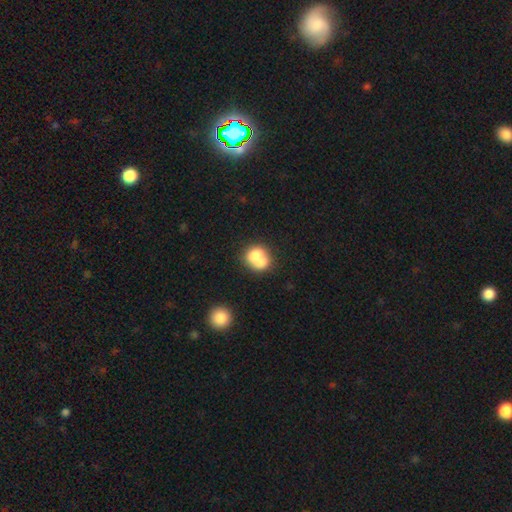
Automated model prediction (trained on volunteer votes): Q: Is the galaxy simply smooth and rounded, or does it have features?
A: smooth — 71%.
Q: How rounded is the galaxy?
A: round — 63%.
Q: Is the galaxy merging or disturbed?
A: merger — 60%.